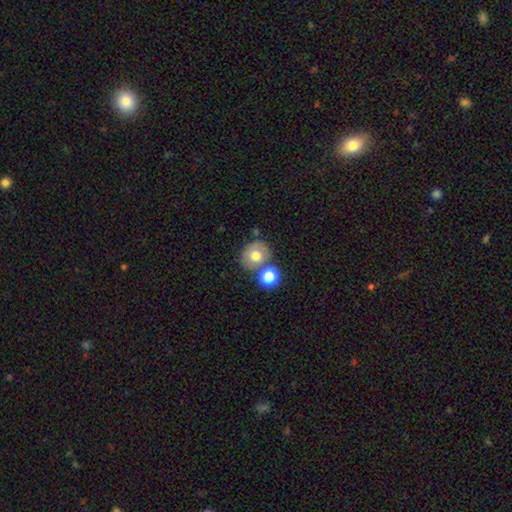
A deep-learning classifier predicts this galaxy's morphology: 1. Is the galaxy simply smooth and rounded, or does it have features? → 65% smooth, 23% featured or disk, 11% star or artifact.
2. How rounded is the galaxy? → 74% round, 25% in between, 1% cigar-shaped.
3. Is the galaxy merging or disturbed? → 63% none, 21% merger, 12% minor disturbance, 4% major disturbance.